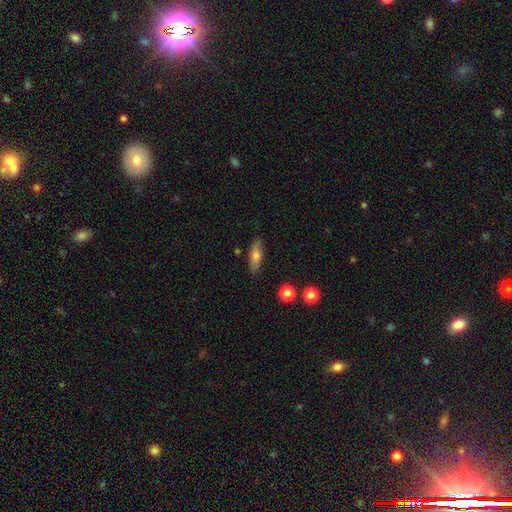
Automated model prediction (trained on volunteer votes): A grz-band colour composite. It shows a smooth galaxy with no disk features (70%) that is in between round and cigar-shaped (58%). Merging: none (84%).